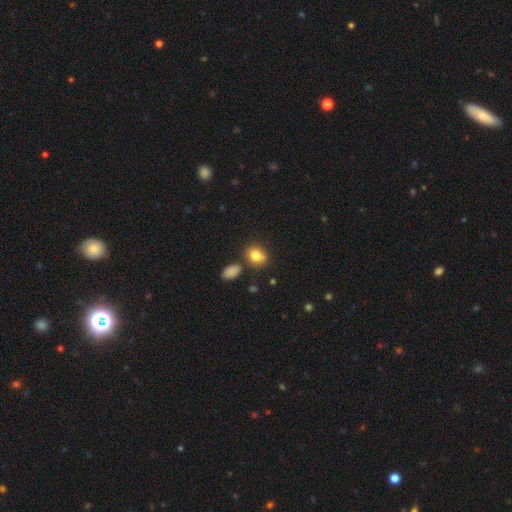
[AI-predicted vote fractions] This is clearly a smooth galaxy (81%). How rounded: possibly round (53%). Merging: likely none (63%).